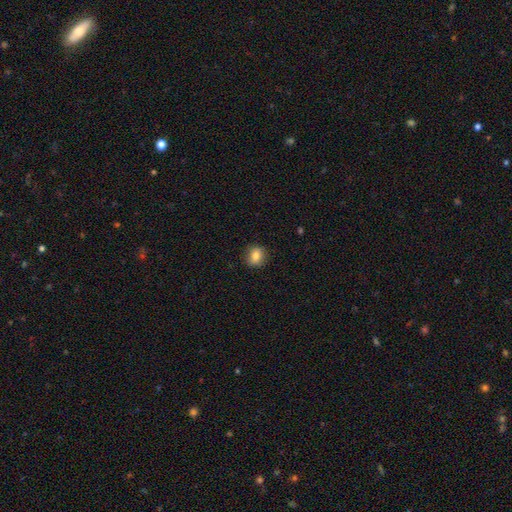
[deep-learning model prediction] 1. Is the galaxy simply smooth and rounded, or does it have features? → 81% smooth, 10% star or artifact, 9% featured or disk.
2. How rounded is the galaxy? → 74% round, 24% in between, 1% cigar-shaped.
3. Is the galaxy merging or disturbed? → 88% none, 8% minor disturbance, 2% major disturbance, 1% merger.